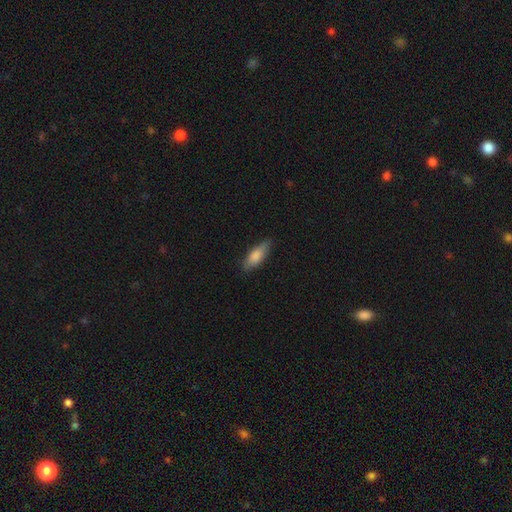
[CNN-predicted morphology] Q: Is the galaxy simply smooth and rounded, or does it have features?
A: smooth — 75%.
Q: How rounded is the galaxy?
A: in between — 57%.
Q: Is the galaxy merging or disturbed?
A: none — 82%.